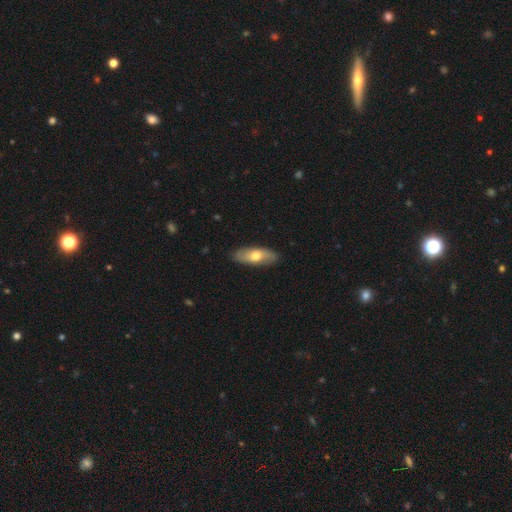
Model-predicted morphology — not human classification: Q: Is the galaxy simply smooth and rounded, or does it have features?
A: smooth — 57%.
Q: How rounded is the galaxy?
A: in between — 76%.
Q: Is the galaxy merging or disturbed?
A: none — 86%.